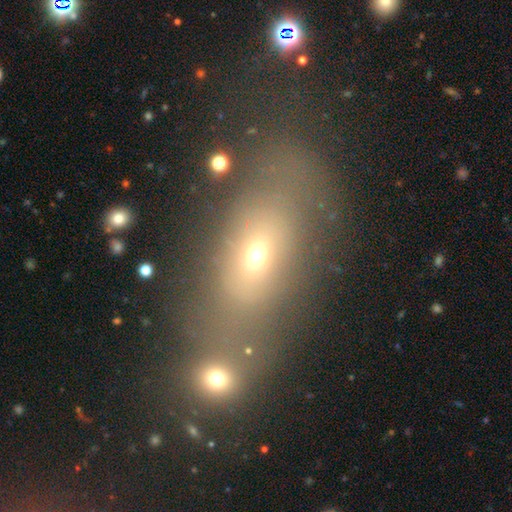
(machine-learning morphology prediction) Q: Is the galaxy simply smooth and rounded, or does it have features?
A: smooth — 60%.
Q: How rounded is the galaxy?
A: in between — 73%.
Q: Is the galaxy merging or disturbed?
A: none — 42%.